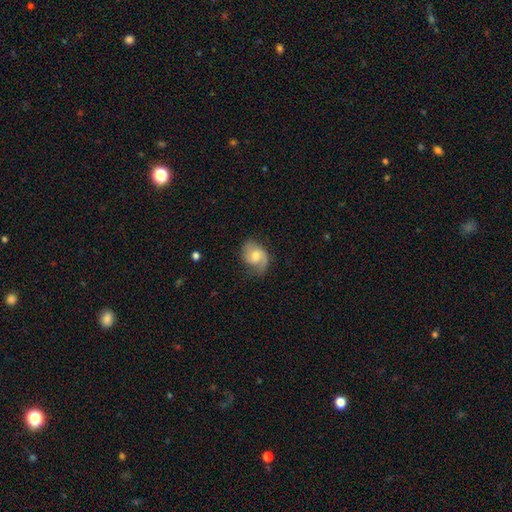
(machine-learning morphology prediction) featured or disk 70%, smooth 24%, star or artifact 6%. Down the decision tree: edge-on disk — no (97%); bar — no (53%); spiral arms — yes (94%); spiral arm count — 2 (79%); spiral winding — medium (48%); bulge size — moderate (61%); merging — none (68%).